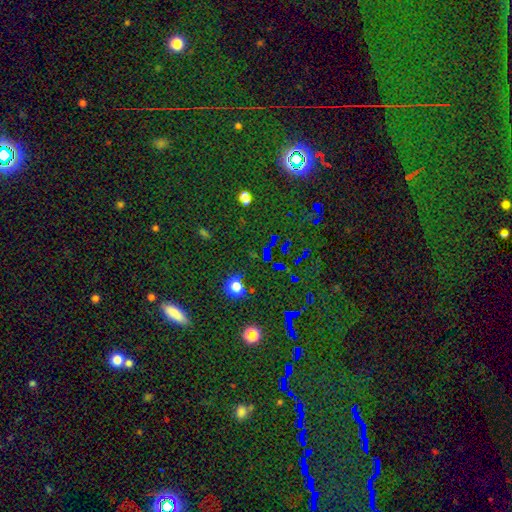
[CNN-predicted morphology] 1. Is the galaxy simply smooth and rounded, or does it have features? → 76% star or artifact, 15% smooth, 9% featured or disk.